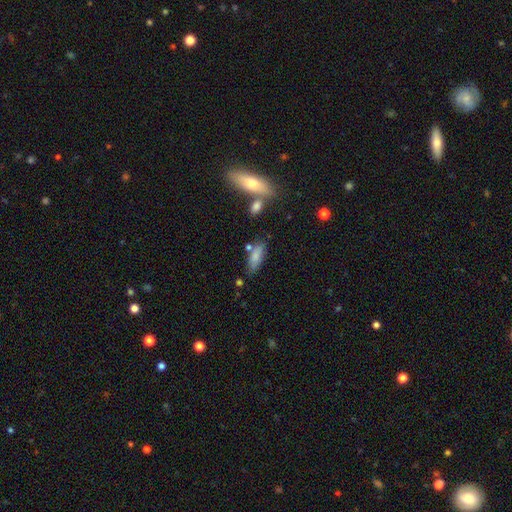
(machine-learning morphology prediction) Smooth or featured? Predicted: smooth (p=0.79). How rounded? Predicted: in between (p=0.63). Merging? Predicted: none (p=0.66).